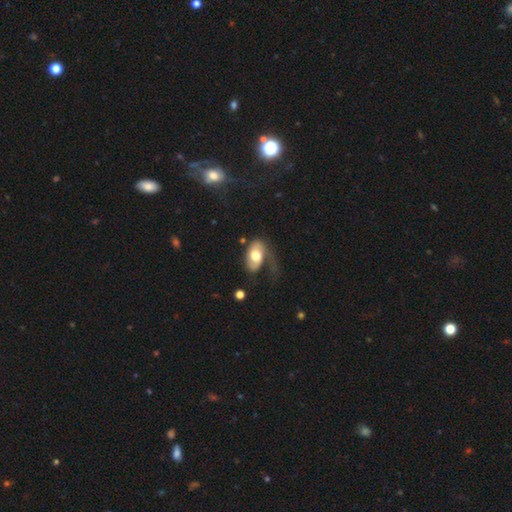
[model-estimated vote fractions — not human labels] A smooth galaxy with no disk features (47%, tied with featured or disk).

Vote fractions:
- Smooth or featured? smooth: 47% (tied) / featured or disk: 47% (tied) / star or artifact: 6%
- Merging? major disturbance: 40% / none: 32% / minor disturbance: 25% / merger: 3%